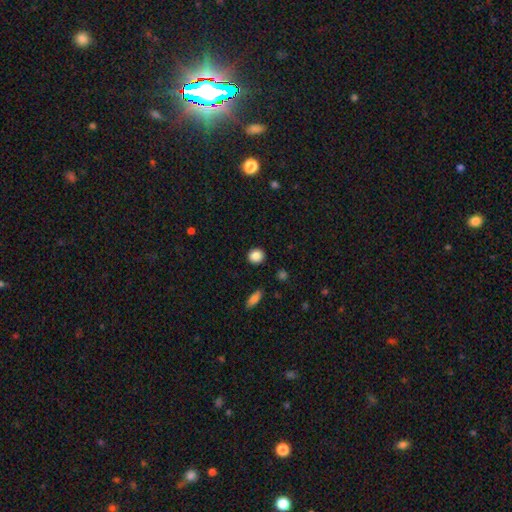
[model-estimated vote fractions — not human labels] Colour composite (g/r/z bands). It shows a smooth galaxy with no disk features (87%) that is round (87%). Merging: none (91%).